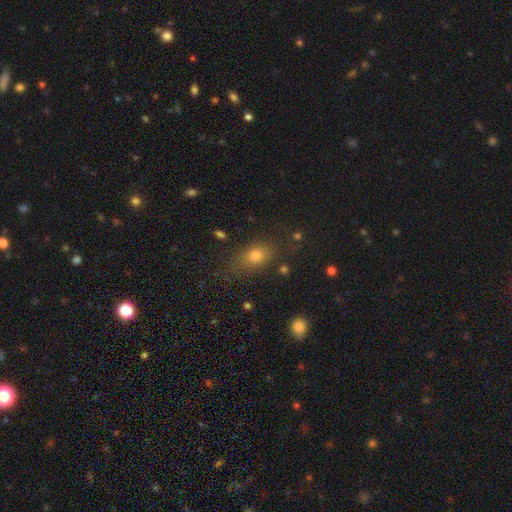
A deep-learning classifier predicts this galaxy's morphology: Overall: smooth (73%). How rounded: in between (71%). Merging: none (76%).